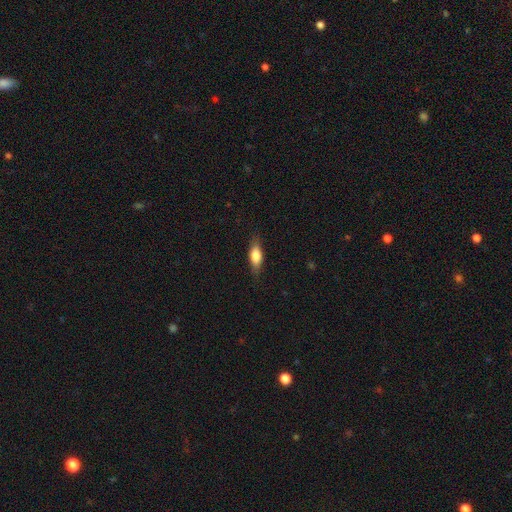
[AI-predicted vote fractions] The model was most divided on "how rounded": in between: 62%, cigar-shaped: 34%, round: 4%. More confident: merging — none (82%); smooth or featured — smooth (67%).